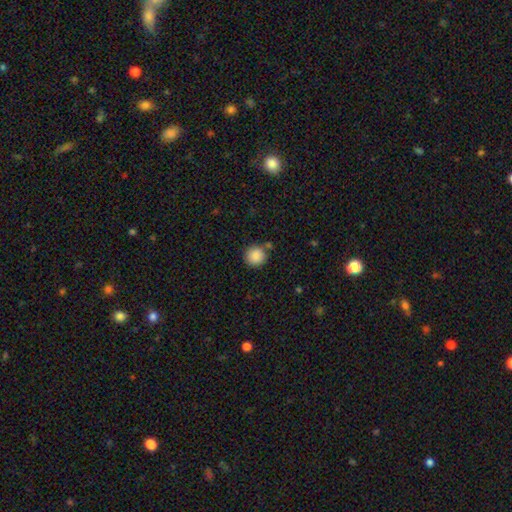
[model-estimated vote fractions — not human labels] smooth_or_featured: smooth (p=0.88) [alt: star or artifact p=0.08]
how_rounded: round (p=0.94) [alt: in between p=0.05]
merging: none (p=0.81) [alt: minor disturbance p=0.09]